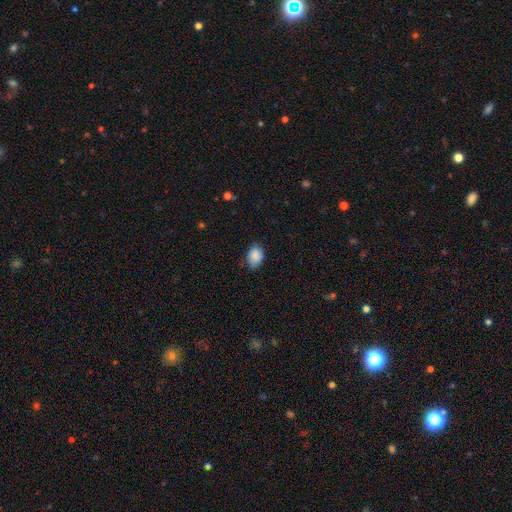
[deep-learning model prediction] A smooth galaxy with no disk features (88%) that is in between round and cigar-shaped (78%).

Vote fractions:
- Smooth or featured? smooth: 88% / star or artifact: 7% / featured or disk: 5%
- How rounded? in between: 78% / round: 21% / cigar-shaped: 1%
- Merging? none: 76% / minor disturbance: 19% / major disturbance: 4% / merger: 1%